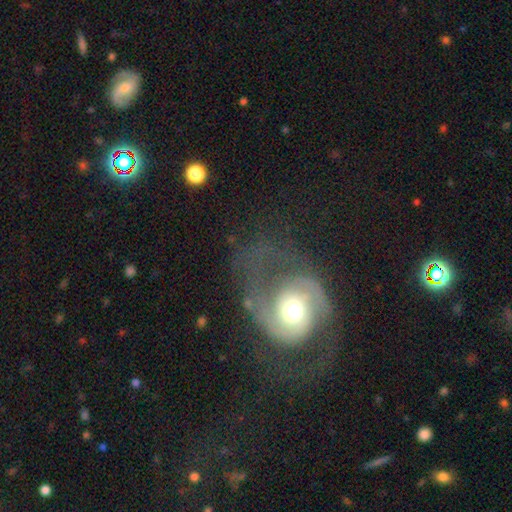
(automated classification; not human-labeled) Morphology: type=featured or disk (83%); edge-on=no (98%); bar=no (60%); spiral arms=yes (92%); winding=medium (50%); arm count=2 (84%); bulge=moderate (66%); merging=none (55%).